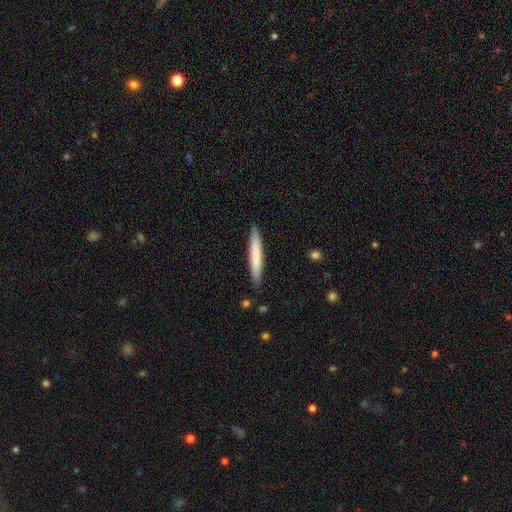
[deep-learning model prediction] This is likely a smooth galaxy (72%). How rounded: clearly cigar-shaped (95%). Merging: clearly none (89%).